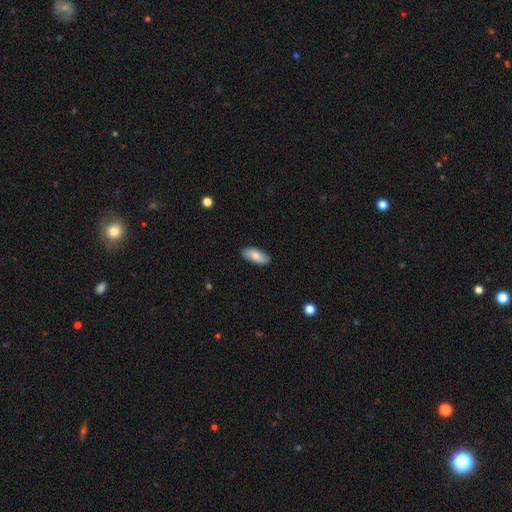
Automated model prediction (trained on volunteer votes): This is likely a smooth galaxy (74%). How rounded: clearly in between (83%). Merging: clearly none (86%).